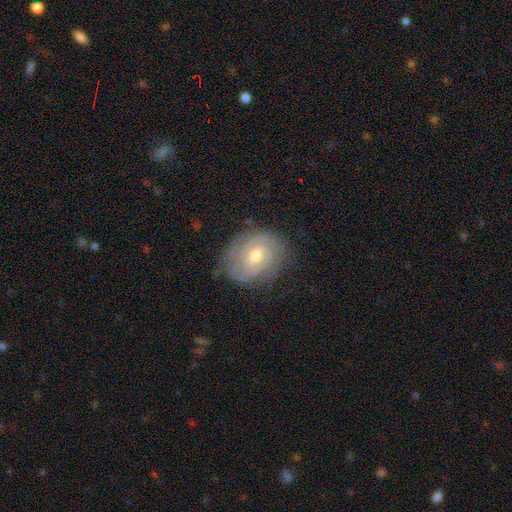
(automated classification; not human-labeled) The model was most divided on "bar": weak: 47%, no: 42%, strong: 11%. Remaining: edge-on disk — no (97%); spiral arms — yes (92%); smooth or featured — featured or disk (82%); merging — none (77%); spiral winding — tight (73%); bulge size — moderate (65%); spiral arm count — 2 (42%).